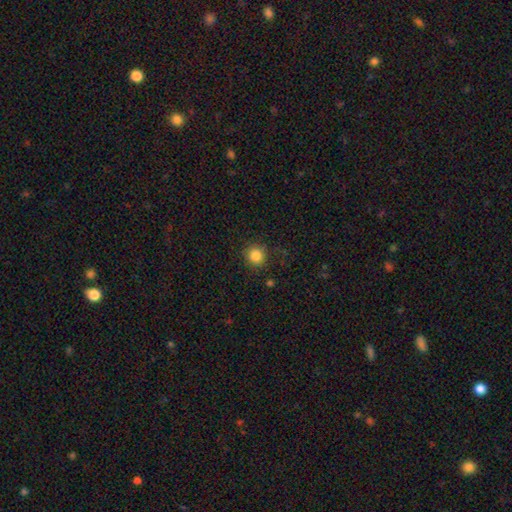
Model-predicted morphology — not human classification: This is clearly a smooth galaxy (85%). How rounded: clearly round (92%). Merging: clearly none (88%).